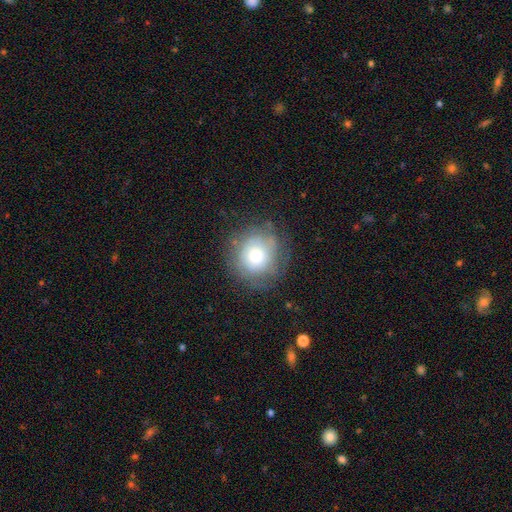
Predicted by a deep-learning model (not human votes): Q: Smooth or featured?
A: smooth (58%); runner-up: featured or disk (31%)
Q: How rounded?
A: round (92%); runner-up: in between (7%)
Q: Merging?
A: none (74%); runner-up: minor disturbance (16%)